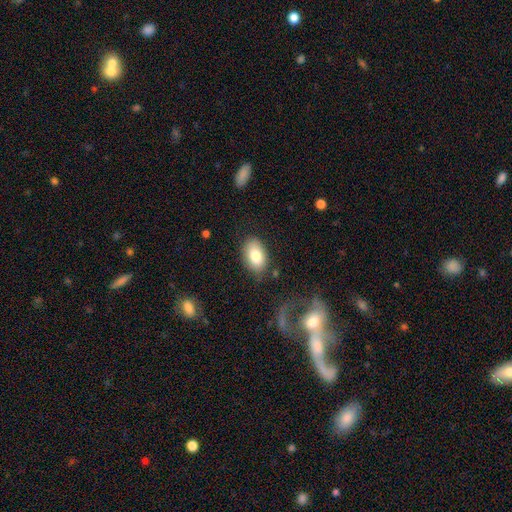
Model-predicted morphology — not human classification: Smooth or featured? Predicted: smooth (p=0.80). How rounded? Predicted: in between (p=0.89). Merging? Predicted: none (p=0.79).